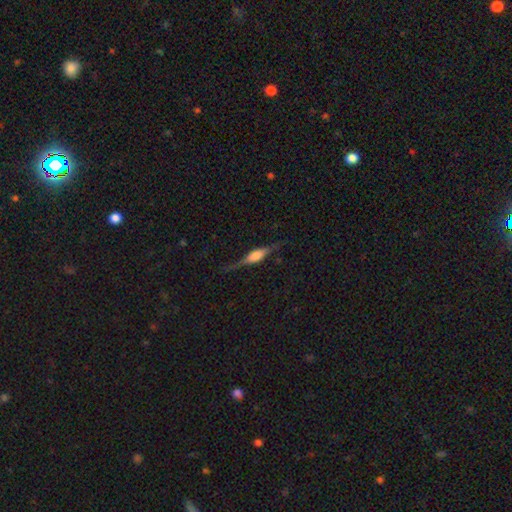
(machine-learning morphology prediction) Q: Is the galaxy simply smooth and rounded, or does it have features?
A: featured or disk — 71%.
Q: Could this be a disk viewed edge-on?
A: yes — 96%.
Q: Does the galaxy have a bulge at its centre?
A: rounded — 66%.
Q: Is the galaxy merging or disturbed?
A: none — 76%.